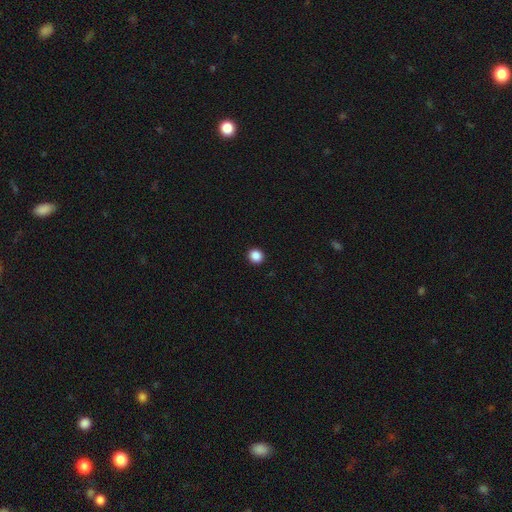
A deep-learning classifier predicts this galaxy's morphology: smooth 88%, star or artifact 10%, featured or disk 2%. Down the decision tree: how rounded — round (88%); merging — none (93%).